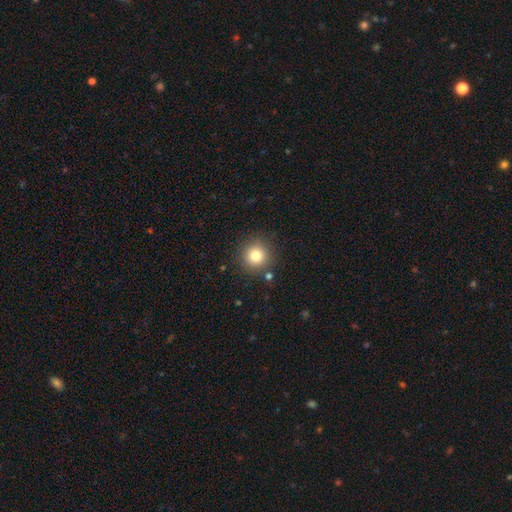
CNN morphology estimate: Smooth or featured? smooth (80%)
How rounded? round (94%)
Merging? none (86%)